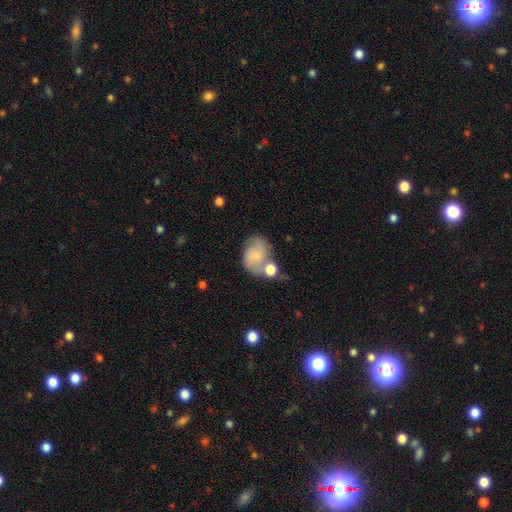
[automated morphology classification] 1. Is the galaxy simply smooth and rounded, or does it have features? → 56% smooth, 36% featured or disk, 9% star or artifact.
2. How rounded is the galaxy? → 62% in between, 37% round, 1% cigar-shaped.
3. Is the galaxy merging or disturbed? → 40% none, 30% merger, 20% minor disturbance, 10% major disturbance.